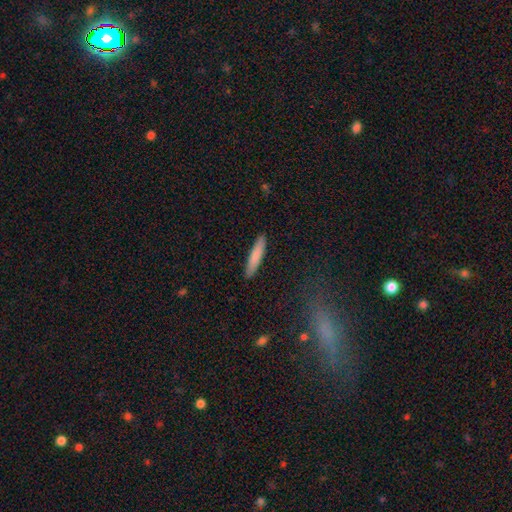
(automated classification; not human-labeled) Smooth or featured? smooth (80%)
How rounded? cigar-shaped (90%)
Merging? none (91%)